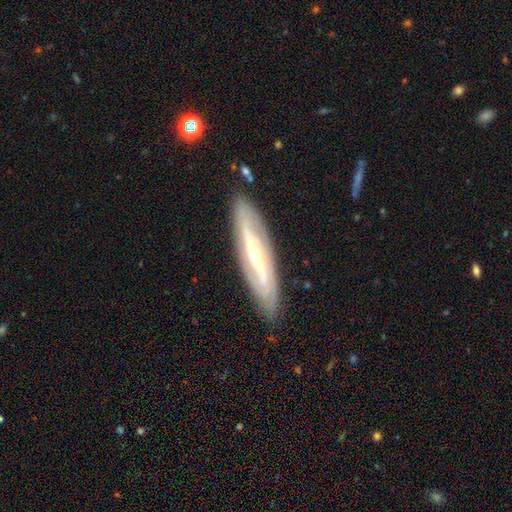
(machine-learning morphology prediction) Smooth or featured: featured or disk — 78% (smooth — 16%)
Edge-on disk: no — 66% (yes — 34%)
Bar: strong — 35% (weak — 33%)
Spiral arms: yes — 85% (no — 15%)
Bulge size: small — 61% (moderate — 34%)
Merging: none — 85% (minor disturbance — 11%)